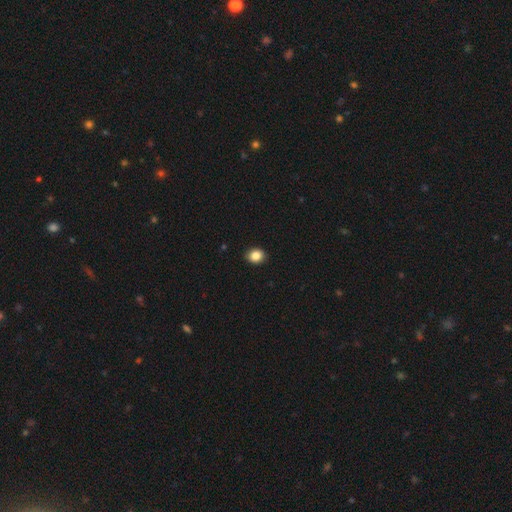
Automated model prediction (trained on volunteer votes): The model was most divided on "how rounded": round: 62%, in between: 37%, cigar-shaped: 1%. More confident: merging — none (90%); smooth or featured — smooth (86%).